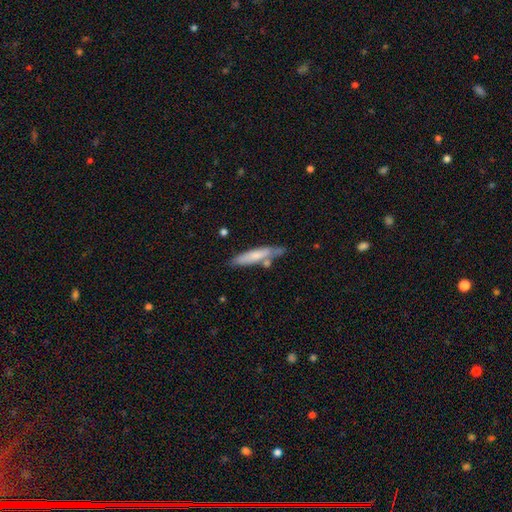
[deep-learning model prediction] A smooth galaxy with no disk features (65%) that is cigar-shaped (83%).

Vote fractions:
- Smooth or featured? smooth: 65% / featured or disk: 30% / star or artifact: 6%
- How rounded? cigar-shaped: 83% / in between: 16% / round: 1%
- Merging? none: 64% / minor disturbance: 19% / merger: 12% / major disturbance: 4%